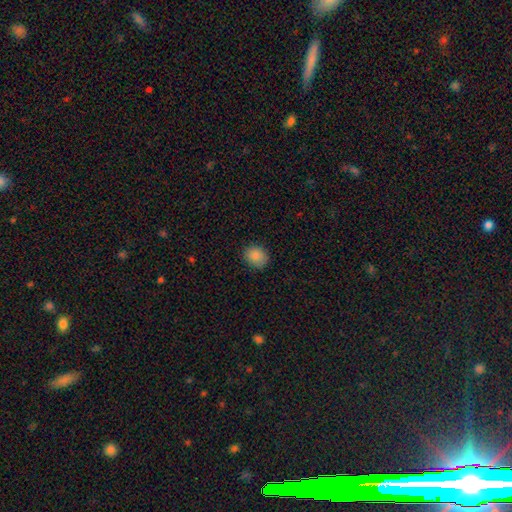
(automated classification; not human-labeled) Morphology: type=smooth (86%); roundness=round (64%); merging=none (86%).